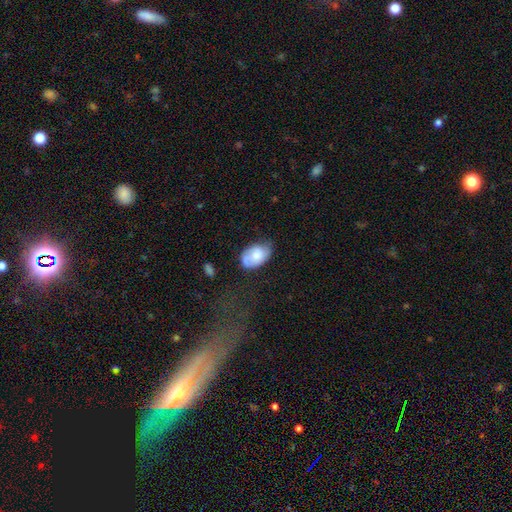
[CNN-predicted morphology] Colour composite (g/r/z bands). It shows a smooth galaxy with no disk features (65%) that is in between round and cigar-shaped (87%). Merging: none (48%).